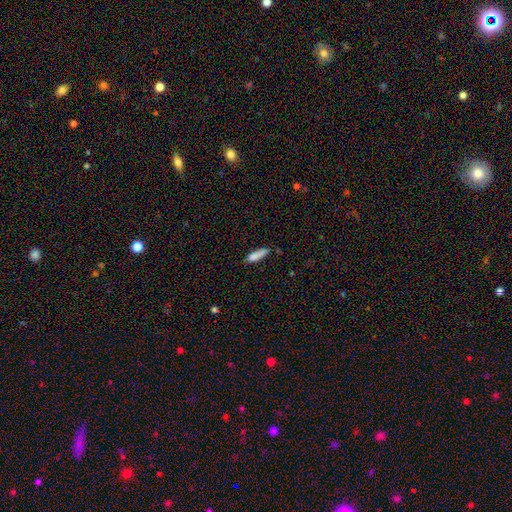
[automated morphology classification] The model was most divided on "merging": none: 65%, minor disturbance: 24%, major disturbance: 6%, merger: 5%. More confident: smooth or featured — smooth (82%); how rounded — cigar-shaped (72%).